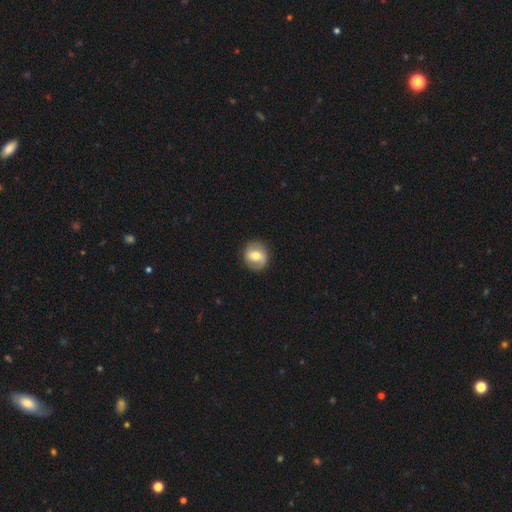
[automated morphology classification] smooth_or_featured: smooth (p=0.50) [alt: featured or disk p=0.43]
merging: none (p=0.84) [alt: minor disturbance p=0.11]